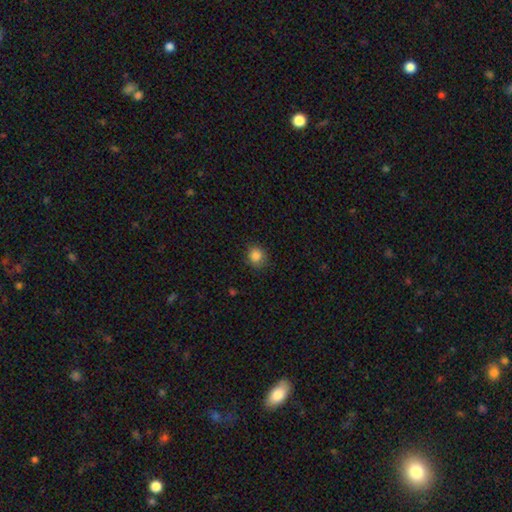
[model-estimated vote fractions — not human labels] smooth_or_featured: smooth (p=0.85) [alt: star or artifact p=0.11]
how_rounded: round (p=0.85) [alt: in between p=0.14]
merging: none (p=0.85) [alt: minor disturbance p=0.11]